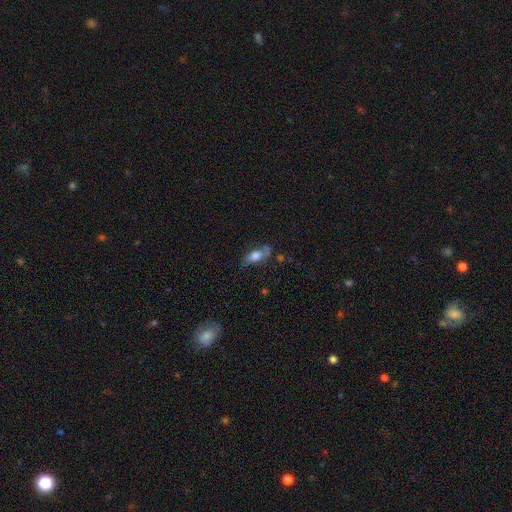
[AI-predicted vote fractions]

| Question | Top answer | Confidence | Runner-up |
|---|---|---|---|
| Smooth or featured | smooth | 62% | featured or disk (30%) |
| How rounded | in between | 75% | cigar-shaped (20%) |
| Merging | none | 60% | minor disturbance (25%) |